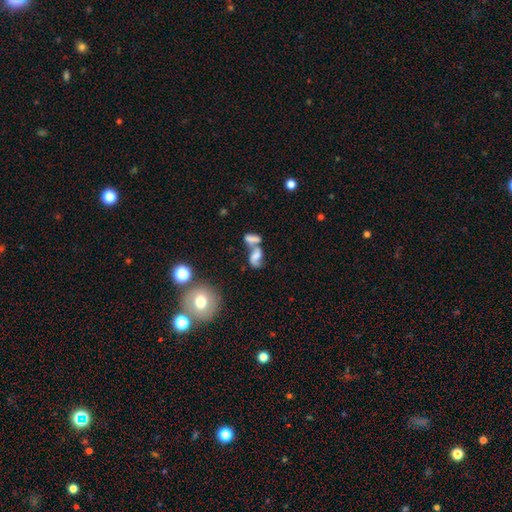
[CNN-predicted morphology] A smooth galaxy with no disk features (46%).

Vote fractions:
- Smooth or featured? smooth: 46% / featured or disk: 41% / star or artifact: 13%
- Merging? merger: 57% / none: 23% / minor disturbance: 10% / major disturbance: 10%